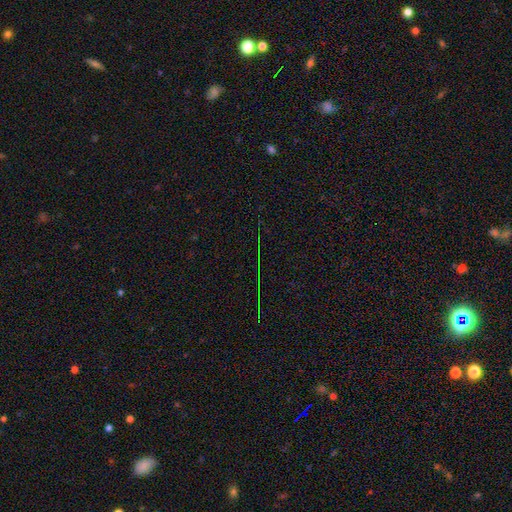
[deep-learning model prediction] This appears to be a star or artifact, not a galaxy (75%).